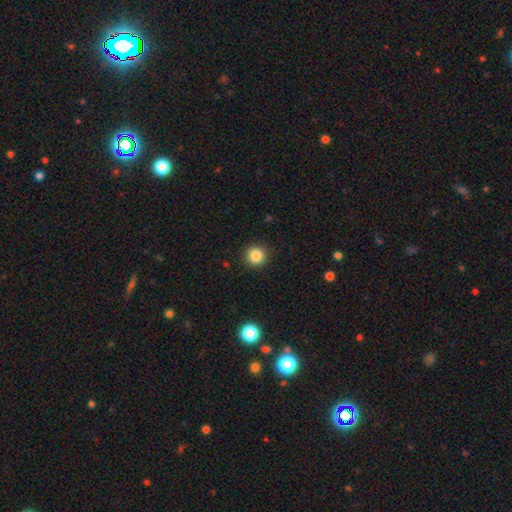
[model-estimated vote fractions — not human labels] Smooth or featured? Predicted: smooth (p=0.85). How rounded? Predicted: round (p=0.94). Merging? Predicted: none (p=0.91).